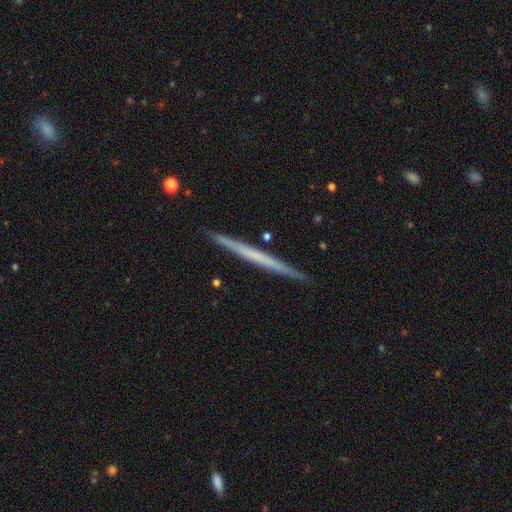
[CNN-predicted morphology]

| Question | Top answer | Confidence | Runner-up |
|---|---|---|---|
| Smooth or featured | featured or disk | 53% | smooth (42%) |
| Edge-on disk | yes | 98% | no (2%) |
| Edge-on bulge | none | 92% | rounded (6%) |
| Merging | none | 92% | minor disturbance (6%) |